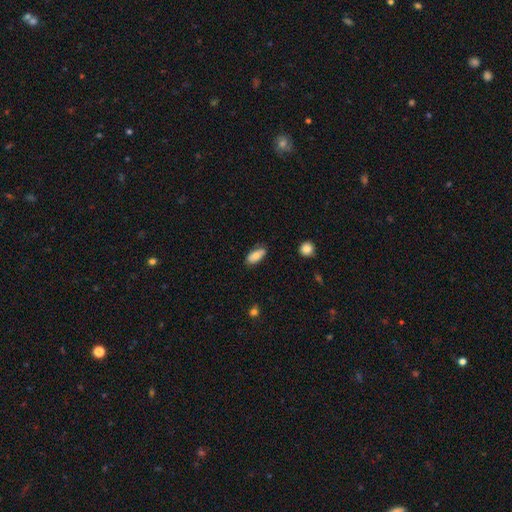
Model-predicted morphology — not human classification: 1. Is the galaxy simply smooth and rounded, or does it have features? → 80% smooth, 13% featured or disk, 7% star or artifact.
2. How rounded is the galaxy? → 87% in between, 10% cigar-shaped, 3% round.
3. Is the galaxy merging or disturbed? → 77% none, 18% minor disturbance, 3% major disturbance, 2% merger.